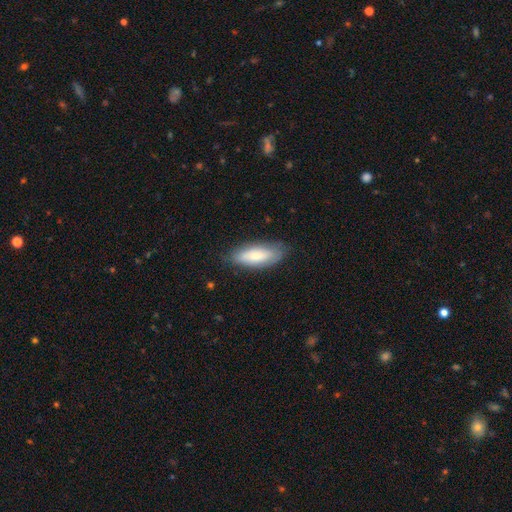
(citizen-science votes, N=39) Smooth or featured: smooth — 62% (featured or disk — 36%)
How rounded: in between — 96% (cigar-shaped — 4%)
Merging: none — 76% (minor disturbance — 24%)